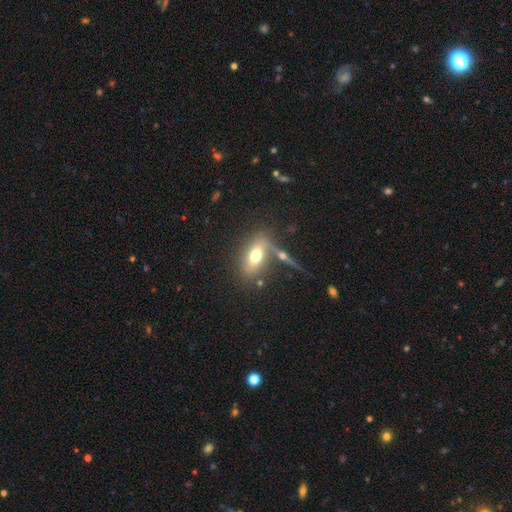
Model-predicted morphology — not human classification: This is possibly a smooth galaxy (58%). How rounded: likely in between (79%). Merging: likely none (60%).